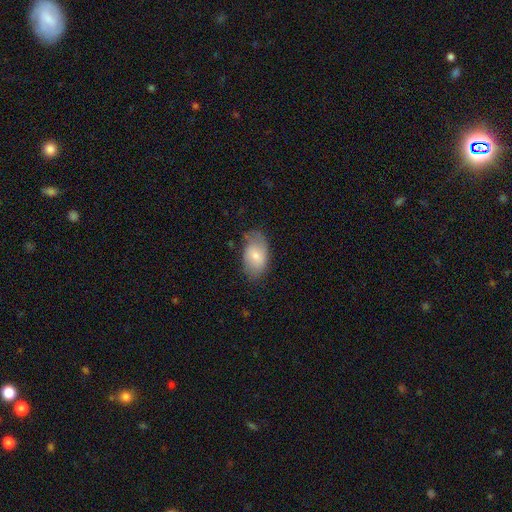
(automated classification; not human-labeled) smooth-or-featured: smooth: 71% | featured or disk: 23% | star or artifact: 7%
  how-rounded: in between: 92% | round: 6% | cigar-shaped: 2%
  merging: none: 67% | minor disturbance: 25% | major disturbance: 7% | merger: 2%